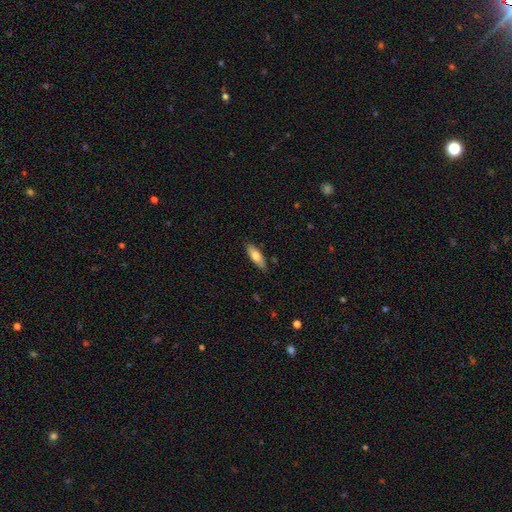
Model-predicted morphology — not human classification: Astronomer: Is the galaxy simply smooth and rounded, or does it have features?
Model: smooth — 73%.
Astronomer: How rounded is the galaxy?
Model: in between — 61% (runner-up: cigar-shaped, 37%).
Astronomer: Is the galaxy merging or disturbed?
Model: none — 82%.